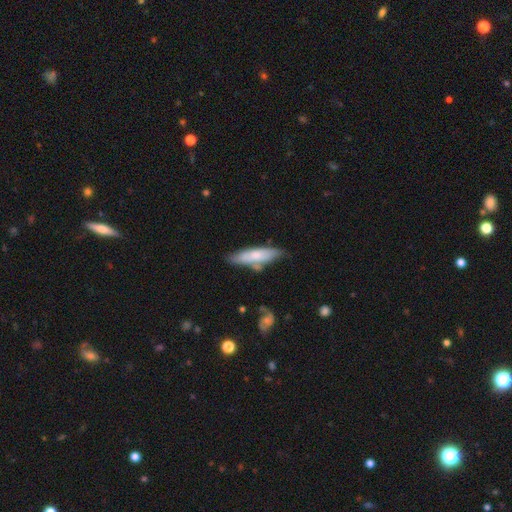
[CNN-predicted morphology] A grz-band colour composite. It shows a smooth galaxy with no disk features (65%) that is cigar-shaped (66%). Merging: none (61%).